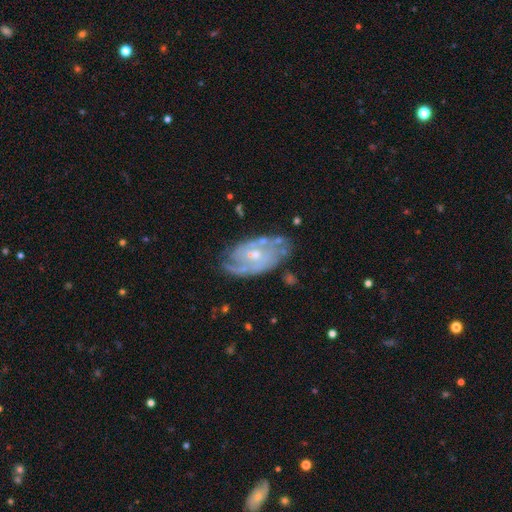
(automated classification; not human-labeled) Morphology: type=featured or disk (84%); edge-on=no (95%); bar=no (53%); spiral arms=yes (91%); winding=tight (47%); arm count=2 (52%); bulge=small (56%); merging=none (67%).